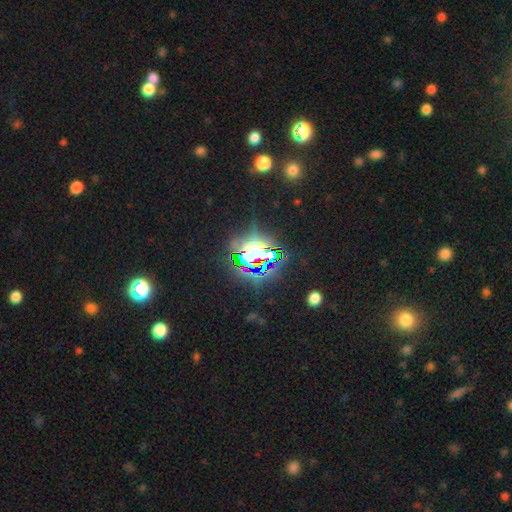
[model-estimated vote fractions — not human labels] The model was most divided on "smooth or featured": star or artifact: 78%, smooth: 12%, featured or disk: 10%.